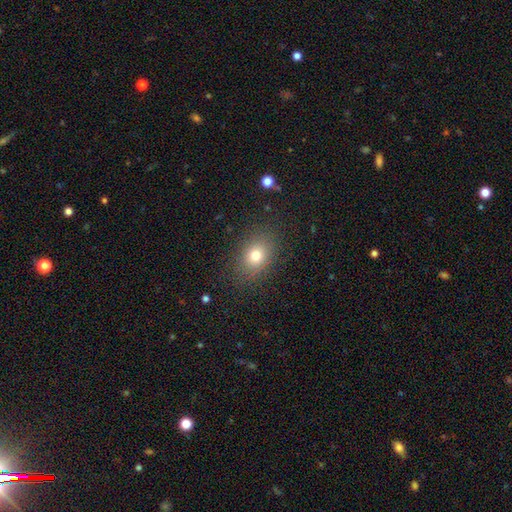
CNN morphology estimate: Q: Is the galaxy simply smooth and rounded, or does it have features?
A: smooth — 76%.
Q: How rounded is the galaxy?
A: in between — 63%.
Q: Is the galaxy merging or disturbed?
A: none — 84%.